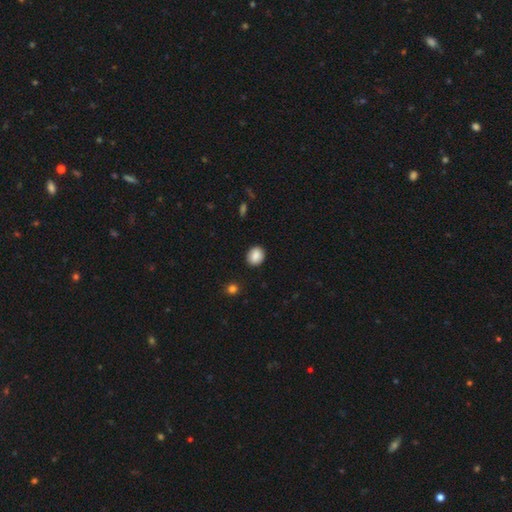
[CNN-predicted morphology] The model was most divided on "how rounded": round: 65%, in between: 34%, cigar-shaped: 1%. More confident: merging — none (89%); smooth or featured — smooth (88%).